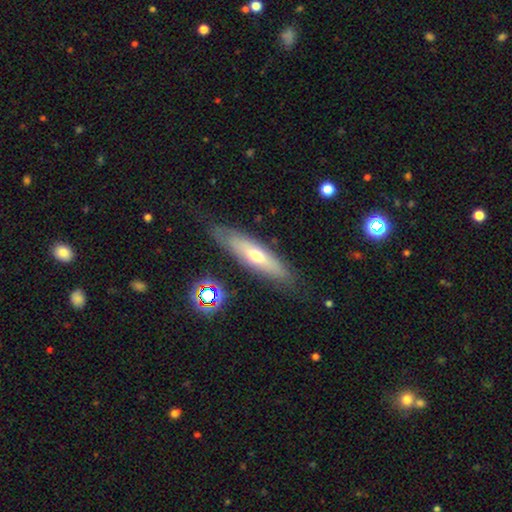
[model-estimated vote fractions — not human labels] The model was most divided on "smooth or featured": featured or disk: 48%, smooth: 44%, star or artifact: 8%. More confident: merging — none (79%).